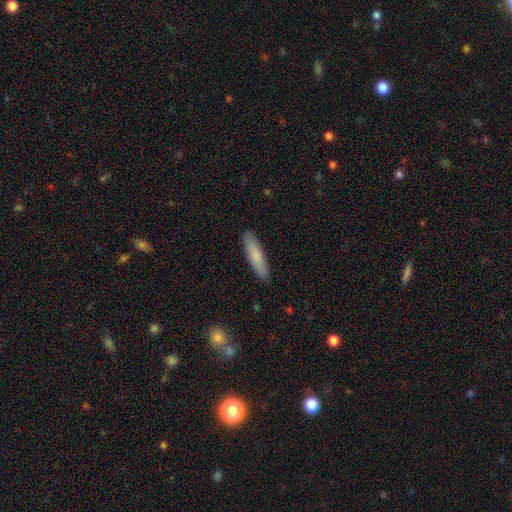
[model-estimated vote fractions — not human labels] This appears to be a smooth galaxy with no disk features (80%) that is cigar-shaped (78%). Merging: none (90%).